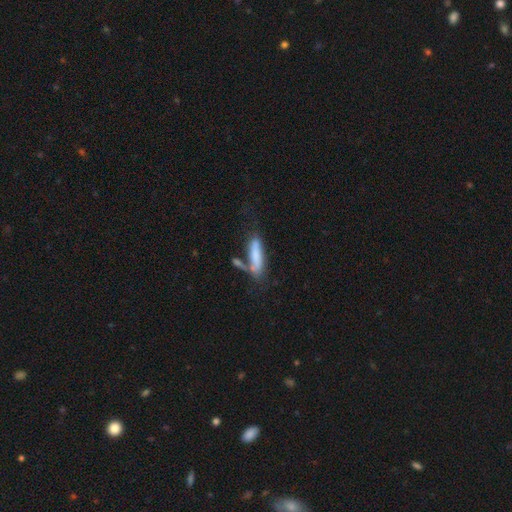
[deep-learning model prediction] smooth-or-featured: smooth: 70% | featured or disk: 23% | star or artifact: 7%
  how-rounded: cigar-shaped: 68% | in between: 30% | round: 2%
  merging: none: 41% | merger: 26% | minor disturbance: 20% | major disturbance: 12%